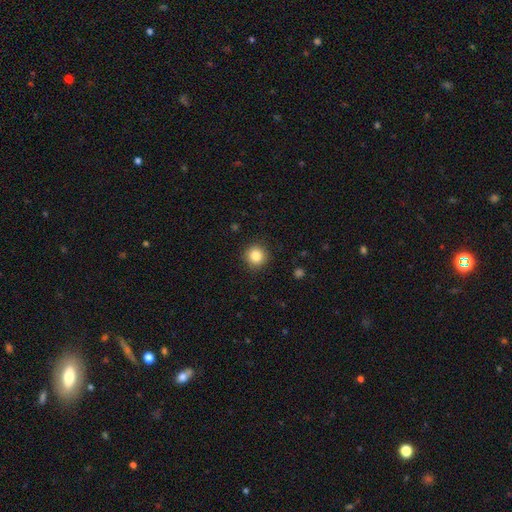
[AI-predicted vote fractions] smooth-or-featured: smooth: 85% | star or artifact: 10% | featured or disk: 5%
  how-rounded: round: 94% | in between: 5% | cigar-shaped: 1%
  merging: none: 91% | minor disturbance: 6% | major disturbance: 2% | merger: 1%